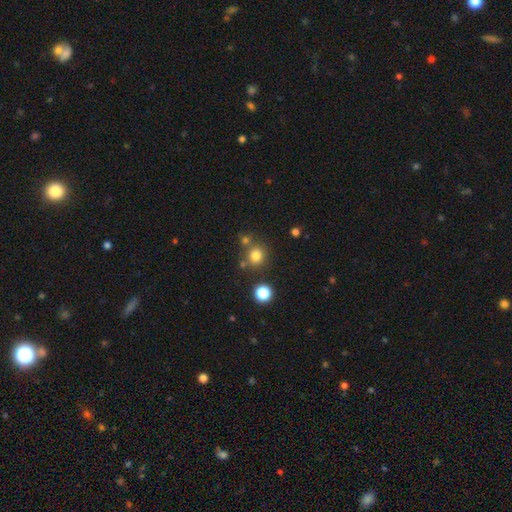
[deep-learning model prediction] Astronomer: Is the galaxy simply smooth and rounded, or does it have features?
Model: smooth — 78%.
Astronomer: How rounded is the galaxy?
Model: round — 89%.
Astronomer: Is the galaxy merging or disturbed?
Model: none — 72%.